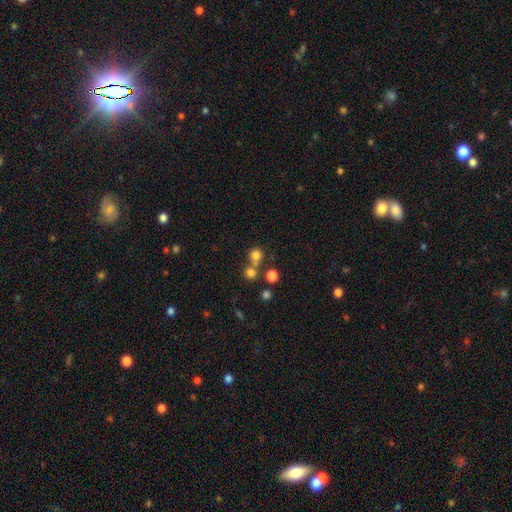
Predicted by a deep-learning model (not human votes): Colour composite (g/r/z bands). It shows a smooth galaxy with no disk features (74%) that is round (90%). Merging: none (56%).